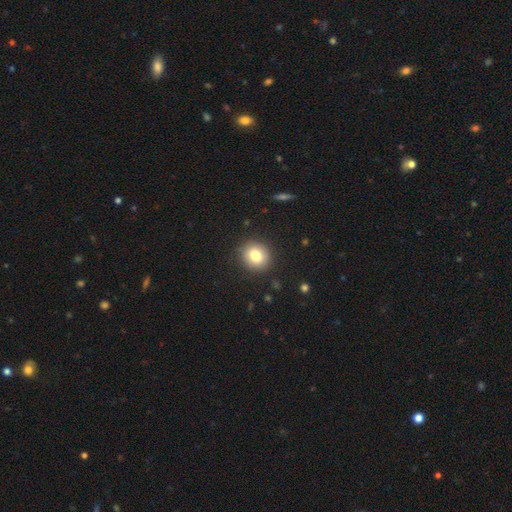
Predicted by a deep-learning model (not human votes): A smooth galaxy with no disk features (80%) that is round (84%). Merging: none (89%).